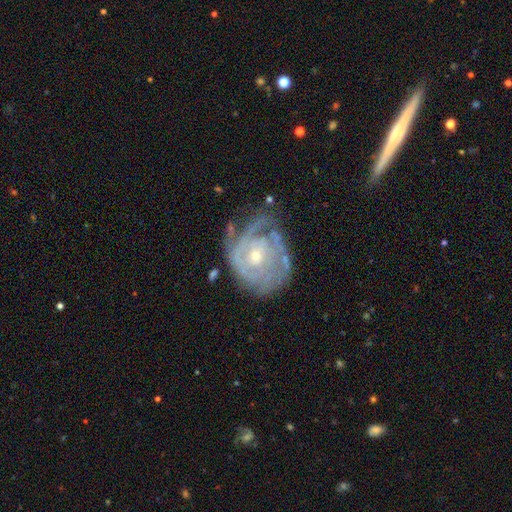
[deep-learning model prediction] Smooth or featured? Predicted: featured or disk (p=0.85). Edge-on disk? Predicted: no (p=0.97). Bar? Predicted: no (p=0.75). Spiral arms? Predicted: yes (p=0.91). Spiral winding? Predicted: tight (p=0.73). Spiral arm count? Predicted: can't tell (p=0.39). Bulge size? Predicted: small (p=0.72). Merging? Predicted: none (p=0.55).